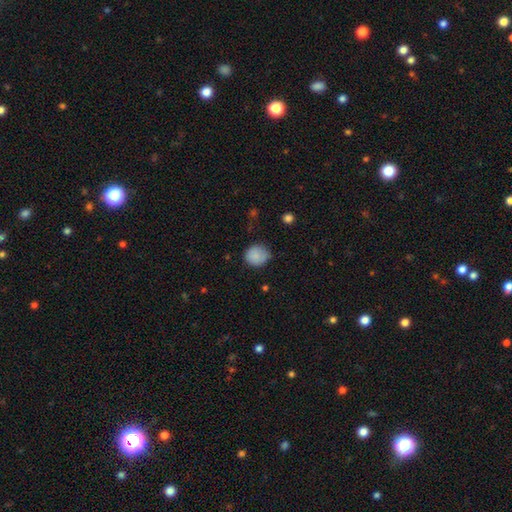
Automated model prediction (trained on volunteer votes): This appears to be a smooth galaxy with no disk features (84%) that is round (80%). Merging: none (69%).